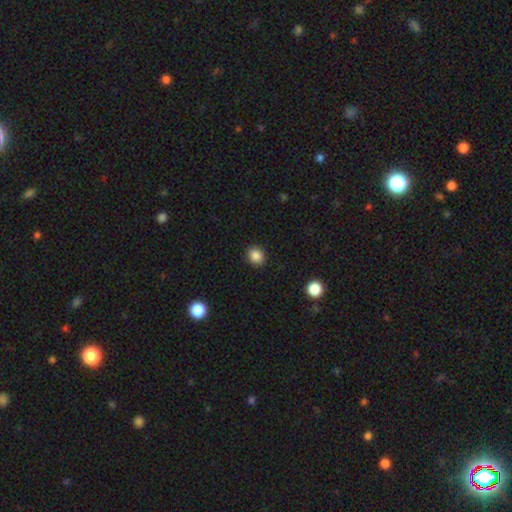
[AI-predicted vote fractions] smooth-or-featured: smooth: 87% | star or artifact: 10% | featured or disk: 3%
  how-rounded: round: 76% | in between: 23% | cigar-shaped: 1%
  merging: none: 90% | minor disturbance: 7% | major disturbance: 2% | merger: 1%